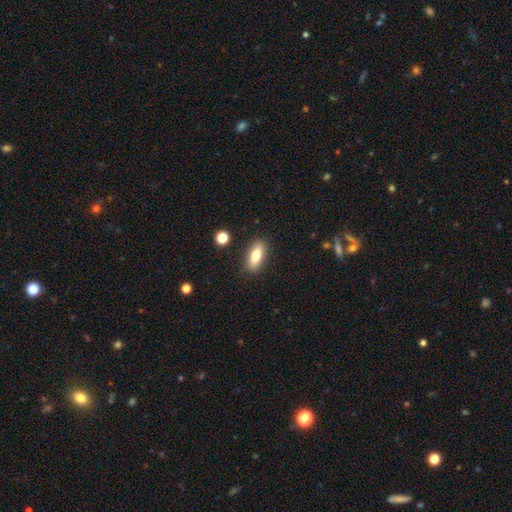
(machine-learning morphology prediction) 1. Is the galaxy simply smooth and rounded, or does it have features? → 76% smooth, 17% featured or disk, 7% star or artifact.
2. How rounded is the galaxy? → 75% in between, 21% cigar-shaped, 3% round.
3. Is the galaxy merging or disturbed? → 87% none, 9% minor disturbance, 2% major disturbance, 2% merger.